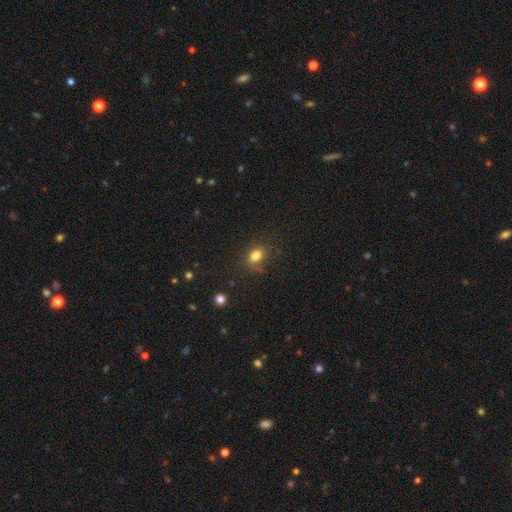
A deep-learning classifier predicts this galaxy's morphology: Smooth or featured: smooth — 80% (star or artifact — 12%)
How rounded: in between — 74% (round — 24%)
Merging: none — 70% (minor disturbance — 19%)